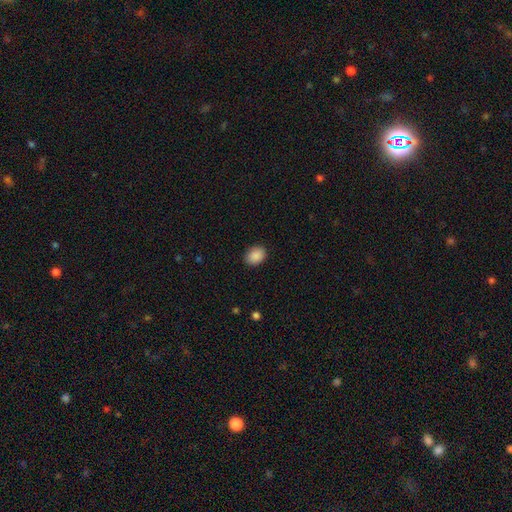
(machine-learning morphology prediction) Smooth or featured: smooth — 89% (star or artifact — 8%)
How rounded: in between — 59% (round — 40%)
Merging: none — 88% (minor disturbance — 9%)